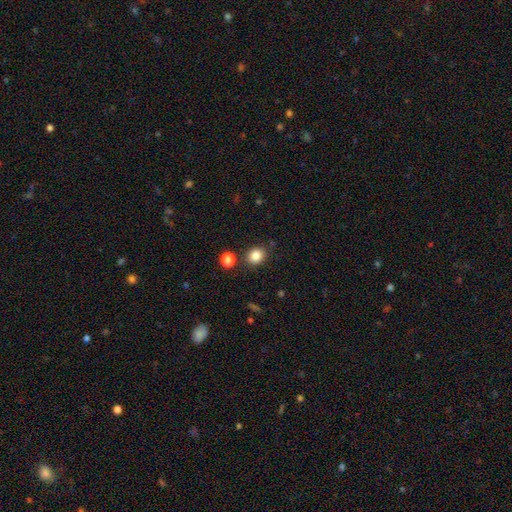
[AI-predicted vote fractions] smooth-or-featured: smooth: 84% | star or artifact: 11% | featured or disk: 5%
  how-rounded: round: 64% | in between: 35% | cigar-shaped: 1%
  merging: none: 82% | minor disturbance: 10% | merger: 5% | major disturbance: 3%